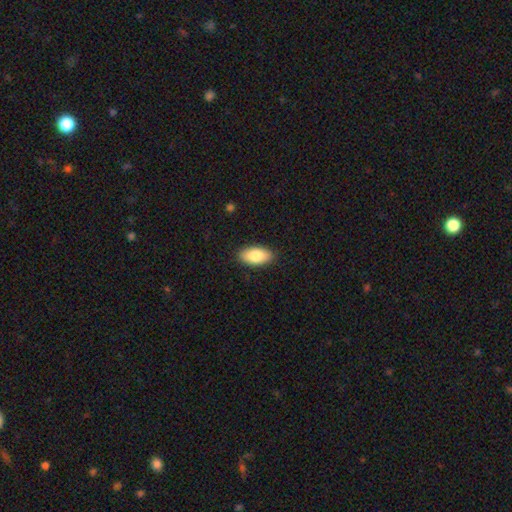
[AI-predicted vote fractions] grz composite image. It shows a smooth galaxy with no disk features (81%) that is in between round and cigar-shaped (93%). Merging: none (89%).